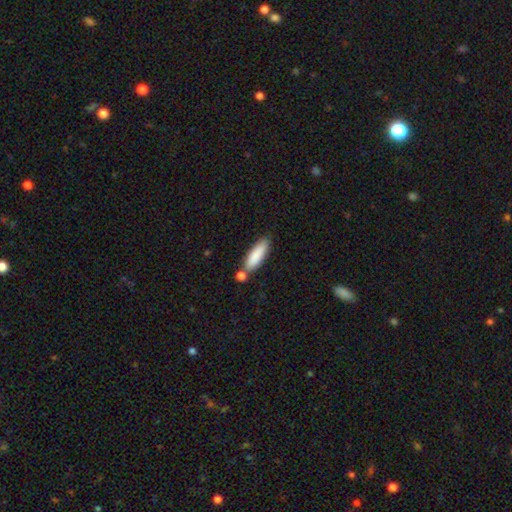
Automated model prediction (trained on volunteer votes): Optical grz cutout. It shows a smooth galaxy with no disk features (86%) that is cigar-shaped (51%). Merging: none (64%).